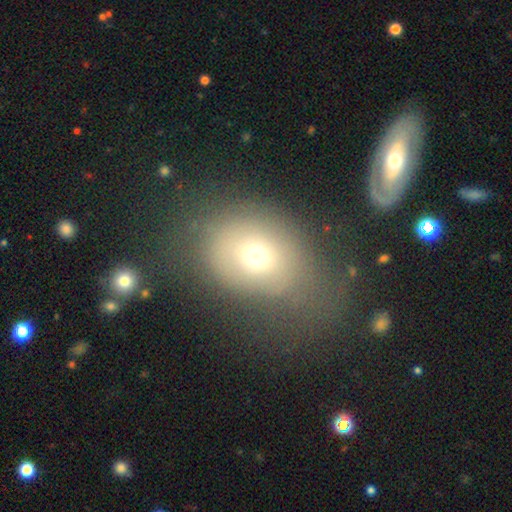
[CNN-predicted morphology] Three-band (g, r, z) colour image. It shows a smooth galaxy with no disk features (65%) that is in between round and cigar-shaped (61%). Merging: none (50%).